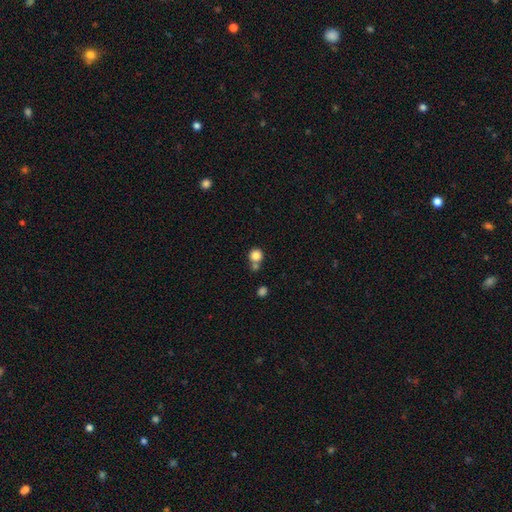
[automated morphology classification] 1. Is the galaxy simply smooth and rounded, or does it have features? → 83% smooth, 10% star or artifact, 7% featured or disk.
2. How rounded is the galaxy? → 91% round, 8% in between, 1% cigar-shaped.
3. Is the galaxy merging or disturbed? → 56% none, 30% merger, 10% minor disturbance, 4% major disturbance.